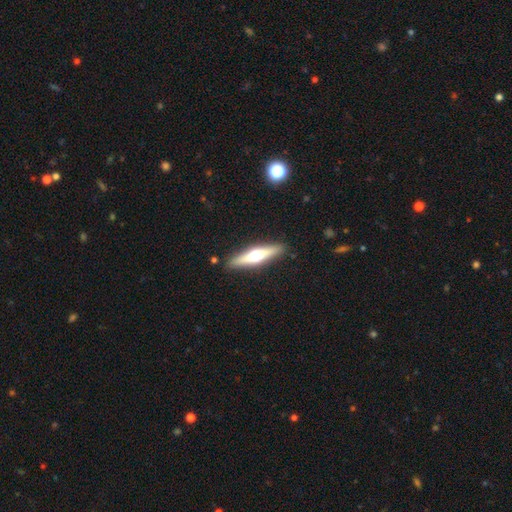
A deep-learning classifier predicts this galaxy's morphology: This is possibly a featured or disk galaxy (58%). It is clearly viewed edge-on (95%). Edge-on bulge: clearly rounded (94%). Merging: clearly none (89%).